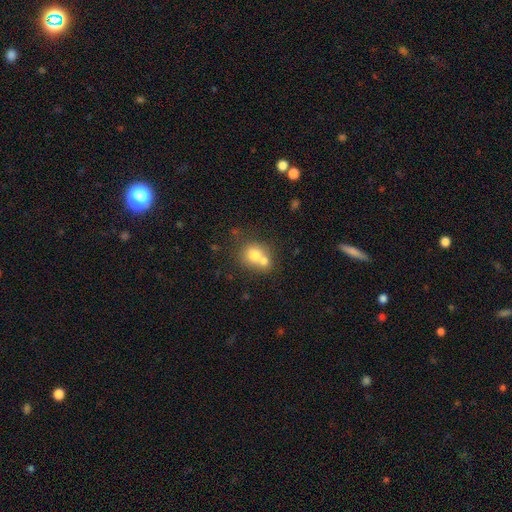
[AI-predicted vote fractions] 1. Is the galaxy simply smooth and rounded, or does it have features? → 71% smooth, 17% featured or disk, 12% star or artifact.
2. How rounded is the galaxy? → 75% round, 24% in between, 1% cigar-shaped.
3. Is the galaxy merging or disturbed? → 51% merger, 38% none, 8% minor disturbance, 3% major disturbance.